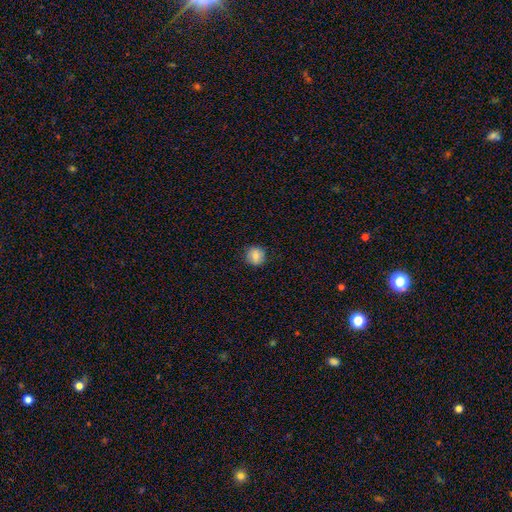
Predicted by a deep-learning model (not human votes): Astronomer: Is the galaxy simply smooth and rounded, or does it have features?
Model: smooth — 82%.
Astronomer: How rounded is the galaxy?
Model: round — 88%.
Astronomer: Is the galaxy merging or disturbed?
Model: none — 86%.